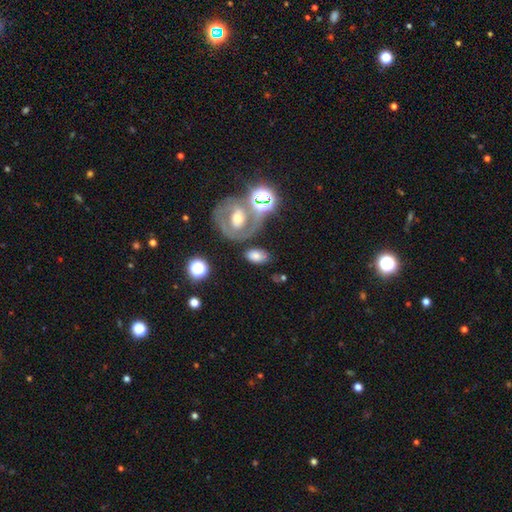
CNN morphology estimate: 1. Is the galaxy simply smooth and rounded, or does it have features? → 67% smooth, 22% featured or disk, 11% star or artifact.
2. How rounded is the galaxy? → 85% in between, 13% round, 2% cigar-shaped.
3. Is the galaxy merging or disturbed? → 67% none, 16% minor disturbance, 10% merger, 8% major disturbance.